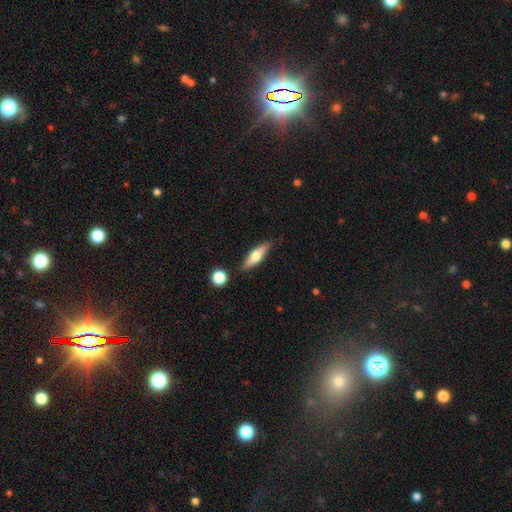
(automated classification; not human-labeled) smooth-or-featured: smooth: 56% | featured or disk: 38% | star or artifact: 6%
  how-rounded: cigar-shaped: 50% | in between: 47% | round: 3%
  merging: none: 82% | minor disturbance: 11% | merger: 4% | major disturbance: 2%